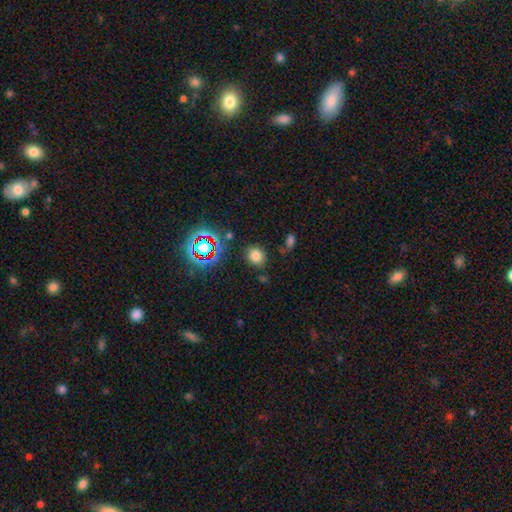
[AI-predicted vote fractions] Morphology: type=smooth (73%); roundness=round (62%); merging=none (81%).